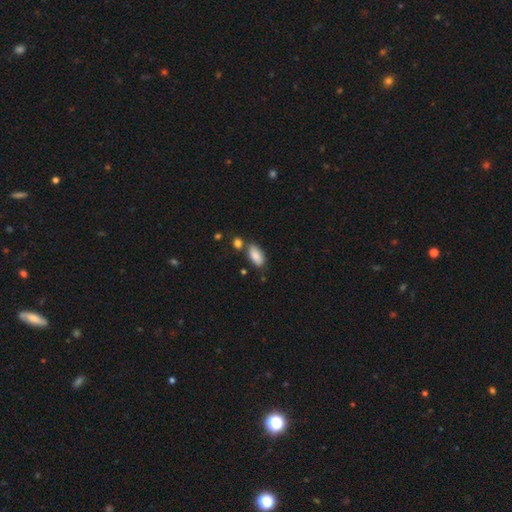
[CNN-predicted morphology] Overall: smooth (87%). How rounded: in between (89%). Merging: none (70%).